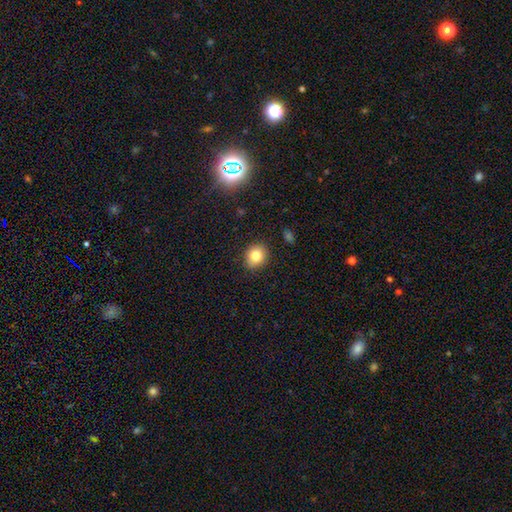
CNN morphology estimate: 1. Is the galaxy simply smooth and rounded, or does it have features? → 81% smooth, 10% star or artifact, 9% featured or disk.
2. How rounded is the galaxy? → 61% round, 38% in between, 1% cigar-shaped.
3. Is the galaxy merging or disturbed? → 87% none, 9% minor disturbance, 2% major disturbance, 1% merger.